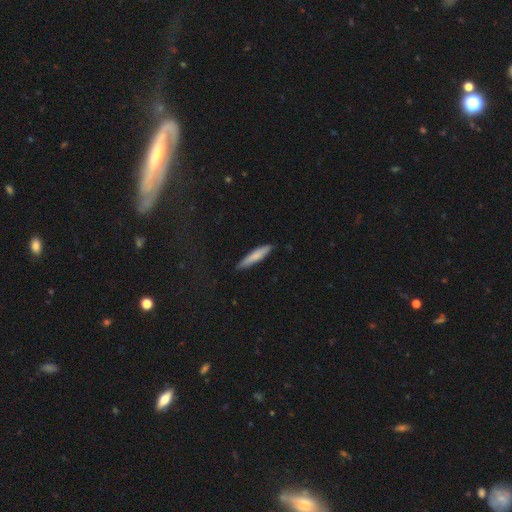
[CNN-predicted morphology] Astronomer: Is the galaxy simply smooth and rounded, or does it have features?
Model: smooth — 75%.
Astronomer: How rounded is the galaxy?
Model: cigar-shaped — 89%.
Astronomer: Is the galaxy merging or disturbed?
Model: none — 86%.